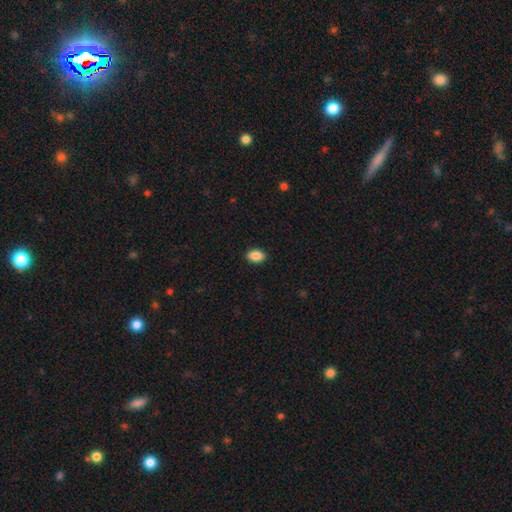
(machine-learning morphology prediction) smooth_or_featured: smooth (p=0.89) [alt: star or artifact p=0.08]
how_rounded: in between (p=0.85) [alt: round p=0.14]
merging: none (p=0.90) [alt: minor disturbance p=0.07]